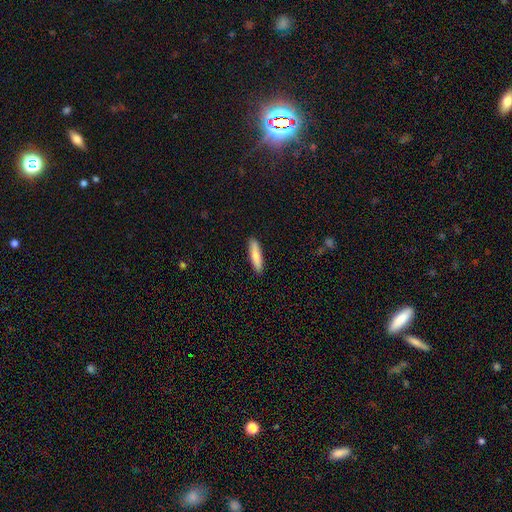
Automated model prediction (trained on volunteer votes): Morphology: type=smooth (80%); roundness=cigar-shaped (79%); merging=none (90%).